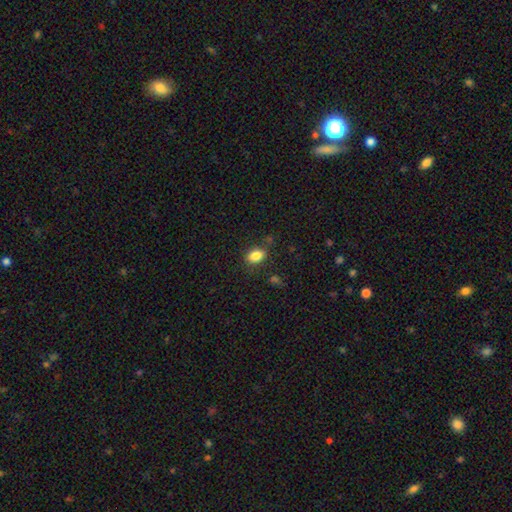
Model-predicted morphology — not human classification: A smooth galaxy with no disk features (85%) that is in between round and cigar-shaped (78%). Merging: none (79%).